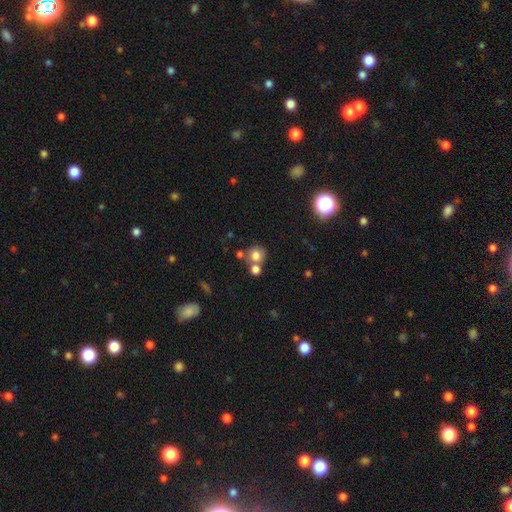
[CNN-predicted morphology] smooth 76%, star or artifact 13%, featured or disk 11%. Down the decision tree: how rounded — round (83%); merging — none (54%).